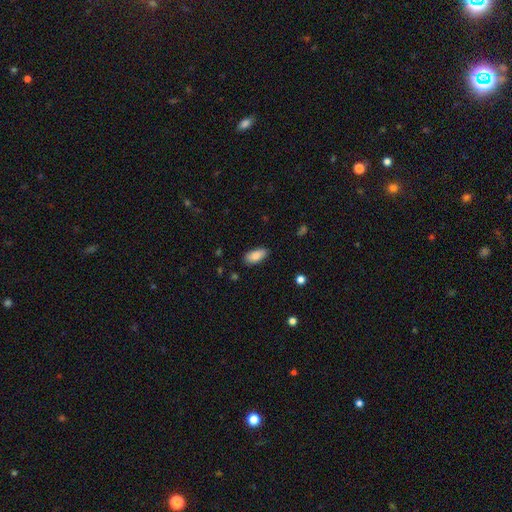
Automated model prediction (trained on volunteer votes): Smooth or featured? smooth (86%)
How rounded? in between (89%)
Merging? none (83%)